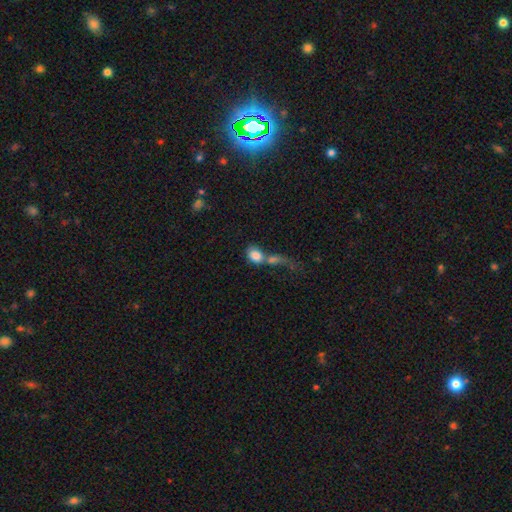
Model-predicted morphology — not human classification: type=smooth (79%); roundness=in between (63%); merging=merger (61%).